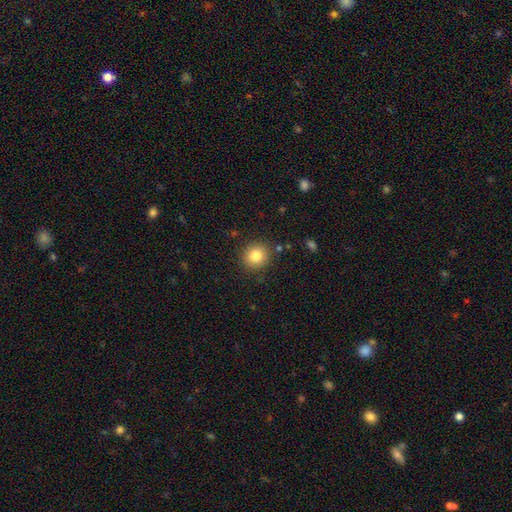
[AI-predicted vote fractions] Smooth or featured: smooth — 82% (star or artifact — 11%)
How rounded: round — 85% (in between — 14%)
Merging: none — 88% (minor disturbance — 8%)